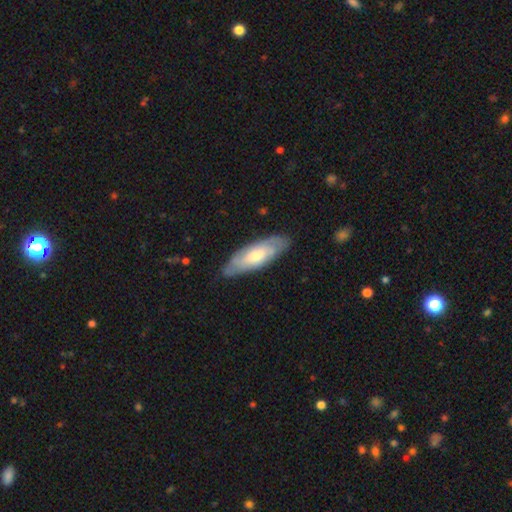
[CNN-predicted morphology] Smooth or featured?
  - featured or disk: 52% *
  - smooth: 43%
  - star or artifact: 5%
Edge-on disk?
  - no: 75% *
  - yes: 25%
Merging?
  - none: 79% *
  - minor disturbance: 17%
  - major disturbance: 3%
  - merger: 1%